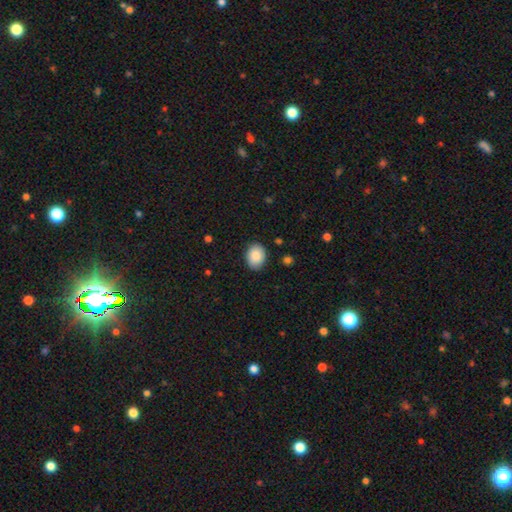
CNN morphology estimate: Smooth or featured?
  - smooth: 88% *
  - star or artifact: 7%
  - featured or disk: 6%
How rounded?
  - in between: 65% *
  - round: 35%
  - cigar-shaped: 1%
Merging?
  - none: 87% *
  - minor disturbance: 10%
  - major disturbance: 2%
  - merger: 1%